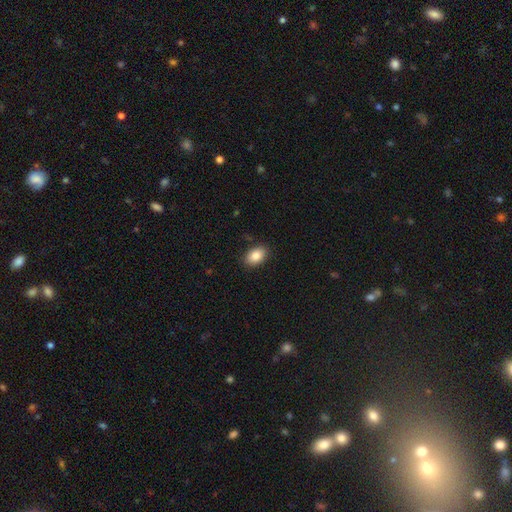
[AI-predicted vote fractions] smooth-or-featured: smooth: 87% | star or artifact: 8% | featured or disk: 6%
  how-rounded: in between: 88% | round: 11% | cigar-shaped: 1%
  merging: none: 88% | minor disturbance: 9% | major disturbance: 2% | merger: 1%